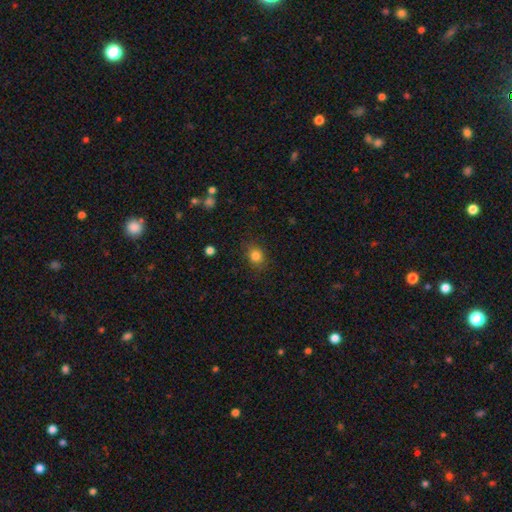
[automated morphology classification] A smooth galaxy with no disk features (82%) that is round (63%). Merging: none (83%).